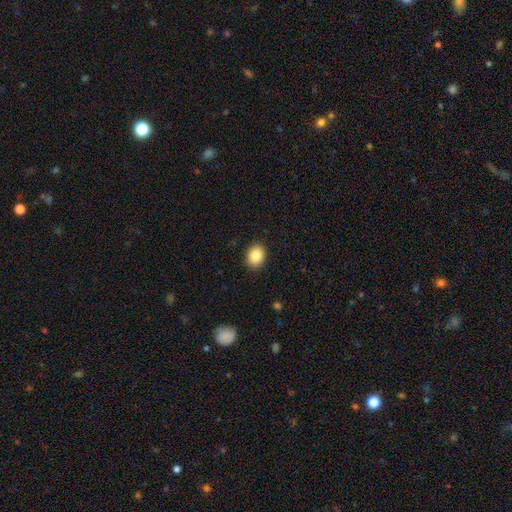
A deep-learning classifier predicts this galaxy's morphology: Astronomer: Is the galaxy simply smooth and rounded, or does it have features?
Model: smooth — 86%.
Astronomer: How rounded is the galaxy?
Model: in between — 53% (runner-up: round, 46%).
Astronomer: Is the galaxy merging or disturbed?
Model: none — 90%.